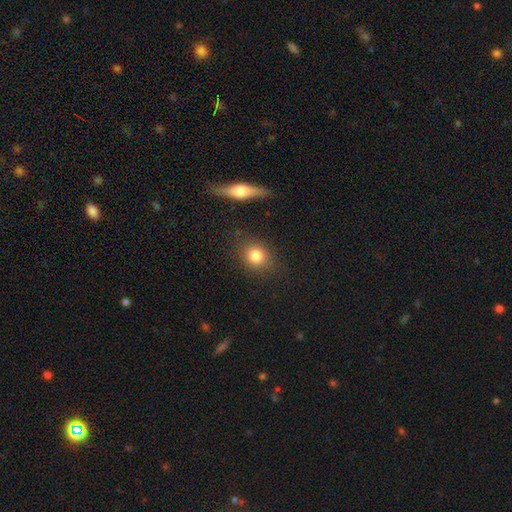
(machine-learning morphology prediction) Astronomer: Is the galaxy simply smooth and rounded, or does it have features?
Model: smooth — 82%.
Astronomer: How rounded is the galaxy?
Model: round — 72%.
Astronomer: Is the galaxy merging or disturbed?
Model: none — 82%.